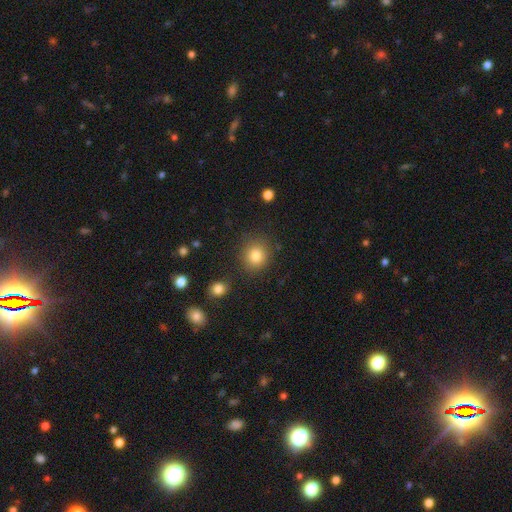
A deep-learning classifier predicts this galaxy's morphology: Smooth or featured? Predicted: smooth (p=0.83). How rounded? Predicted: round (p=0.84). Merging? Predicted: none (p=0.84).